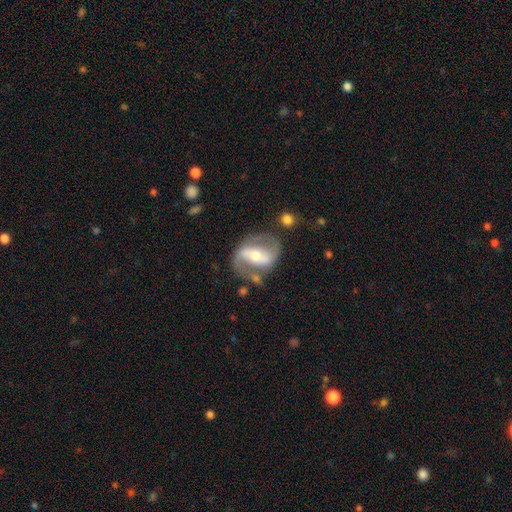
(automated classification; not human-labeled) Smooth or featured?
  - featured or disk: 84% *
  - smooth: 11%
  - star or artifact: 5%
Edge-on disk?
  - no: 96% *
  - yes: 4%
Bar?
  - strong: 57% *
  - weak: 26%
  - no: 17%
Spiral arms?
  - yes: 86% *
  - no: 14%
Spiral winding?
  - medium: 49% *
  - loose: 32%
  - tight: 20%
Spiral arm count?
  - 2: 89% *
  - can't tell: 5%
  - 1: 3%
  - 3: 1%
  - 4: 1%
  - more than 4: 1%
Bulge size?
  - moderate: 60% *
  - small: 31%
  - large: 6%
  - none: 1%
  - dominant: 1%
Merging?
  - none: 69% *
  - minor disturbance: 16%
  - major disturbance: 10%
  - merger: 5%